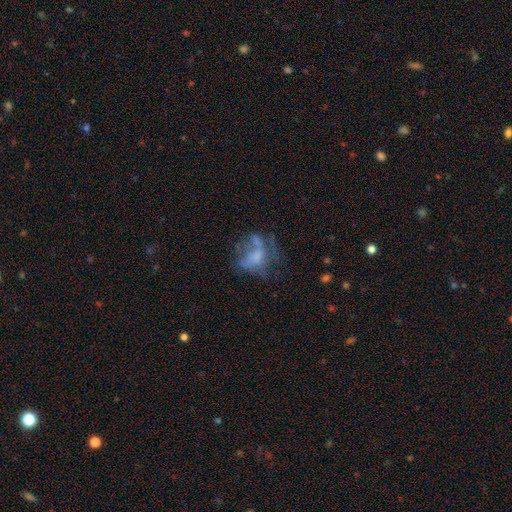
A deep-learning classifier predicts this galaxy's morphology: Smooth or featured? Predicted: featured or disk (p=0.51). Edge-on disk? Predicted: no (p=0.97). Merging? Predicted: major disturbance (p=0.37).